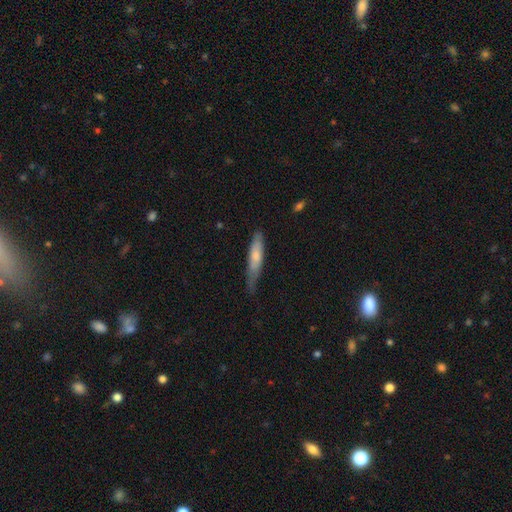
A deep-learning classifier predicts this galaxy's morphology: The model was most divided on "merging": none: 51%, minor disturbance: 37%, major disturbance: 9%, merger: 2%. More confident: how rounded — cigar-shaped (81%); smooth or featured — smooth (67%).